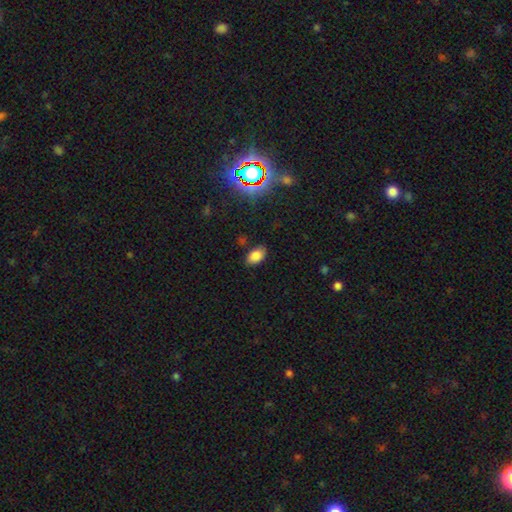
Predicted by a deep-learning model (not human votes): The model was most divided on "smooth or featured": smooth: 80%, star or artifact: 13%, featured or disk: 6%. More confident: how rounded — in between (90%); merging — none (84%).